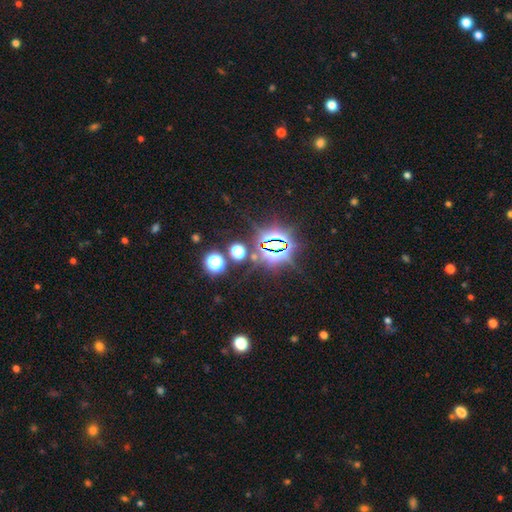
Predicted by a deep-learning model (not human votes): The model was most divided on "smooth or featured": star or artifact: 82%, smooth: 11%, featured or disk: 7%.